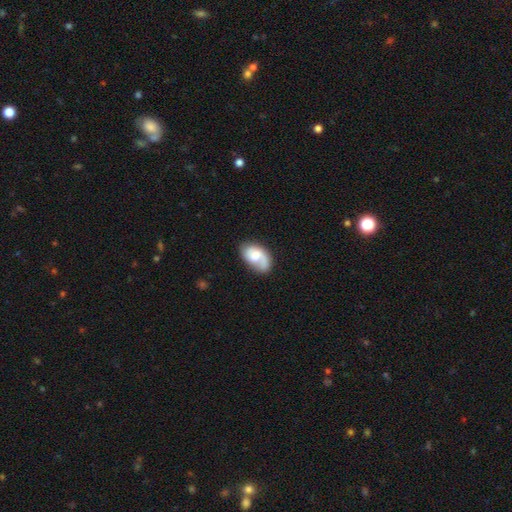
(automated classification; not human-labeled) This is possibly a featured or disk galaxy (48%). Merging: possibly none (56%).